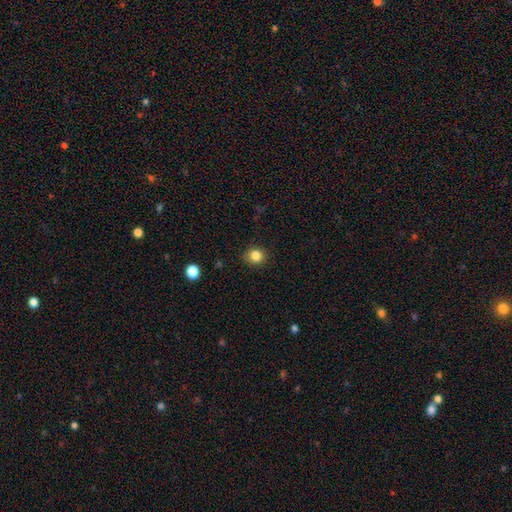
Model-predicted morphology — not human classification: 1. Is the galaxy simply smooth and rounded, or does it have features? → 84% smooth, 12% star or artifact, 5% featured or disk.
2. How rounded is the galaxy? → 84% round, 15% in between, 1% cigar-shaped.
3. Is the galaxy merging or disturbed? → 88% none, 8% minor disturbance, 2% major disturbance, 1% merger.